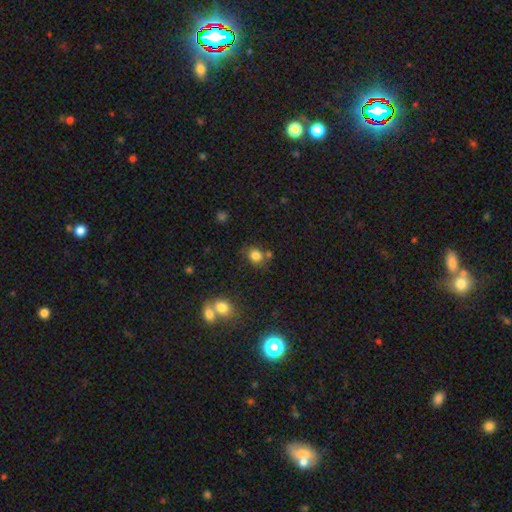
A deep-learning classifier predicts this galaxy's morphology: This is clearly a smooth galaxy (82%). How rounded: likely round (72%). Merging: likely none (68%).